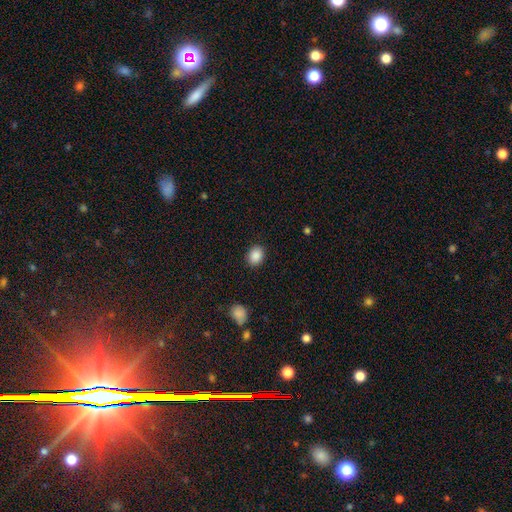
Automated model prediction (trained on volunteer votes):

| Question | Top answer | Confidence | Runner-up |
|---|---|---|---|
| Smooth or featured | smooth | 88% | star or artifact (8%) |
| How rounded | in between | 50% | round (49%) |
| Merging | none | 88% | minor disturbance (8%) |